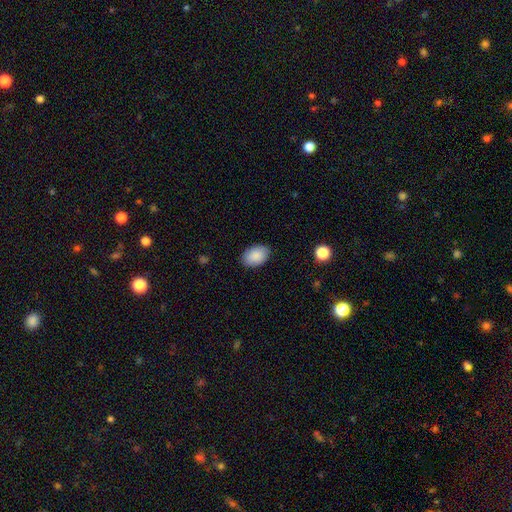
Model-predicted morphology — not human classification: A smooth galaxy with no disk features (89%) that is in between round and cigar-shaped (87%). Merging: none (86%).